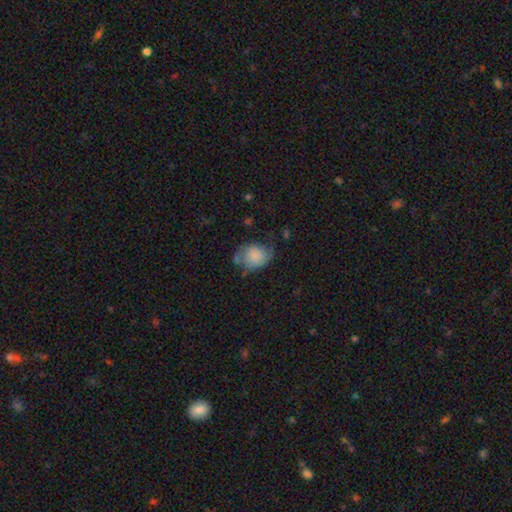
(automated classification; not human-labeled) This appears to be a smooth galaxy with no disk features (71%) that is round (53%). Merging: none (42%).